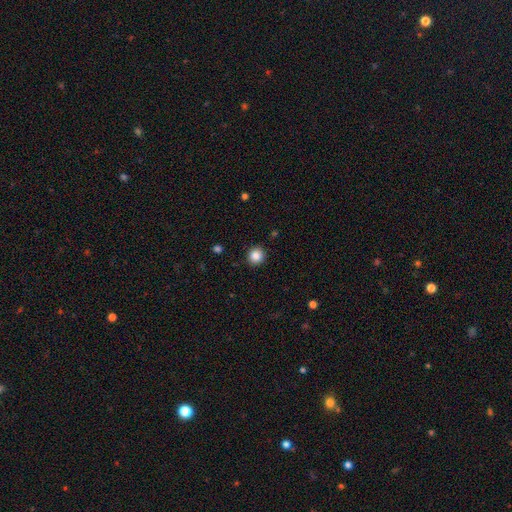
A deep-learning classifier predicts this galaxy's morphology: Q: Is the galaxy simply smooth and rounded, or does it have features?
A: smooth — 86%.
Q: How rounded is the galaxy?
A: round — 93%.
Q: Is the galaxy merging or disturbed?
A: none — 91%.